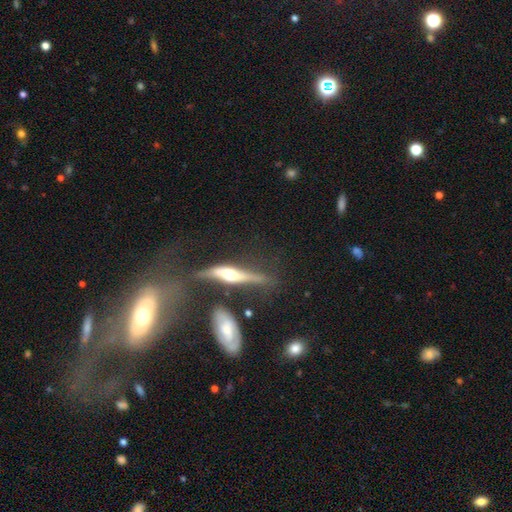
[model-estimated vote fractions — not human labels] Smooth or featured: featured or disk — 70% (smooth — 20%)
Edge-on disk: yes — 90% (no — 10%)
Edge-on bulge: rounded — 91% (boxy — 5%)
Merging: none — 55% (merger — 18%)